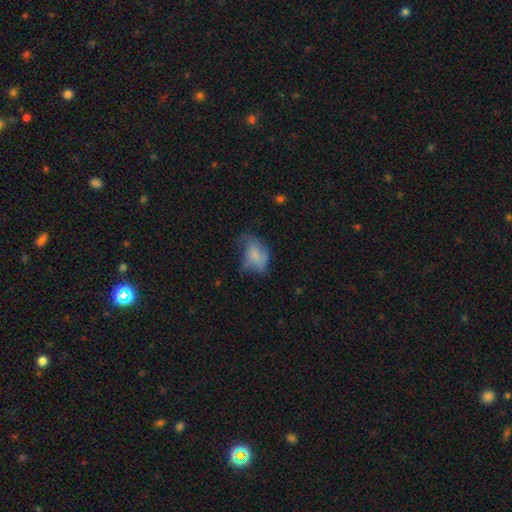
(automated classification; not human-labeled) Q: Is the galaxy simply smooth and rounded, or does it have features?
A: smooth — 64%.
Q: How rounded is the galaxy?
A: in between — 82%.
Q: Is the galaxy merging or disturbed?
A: minor disturbance — 35%.